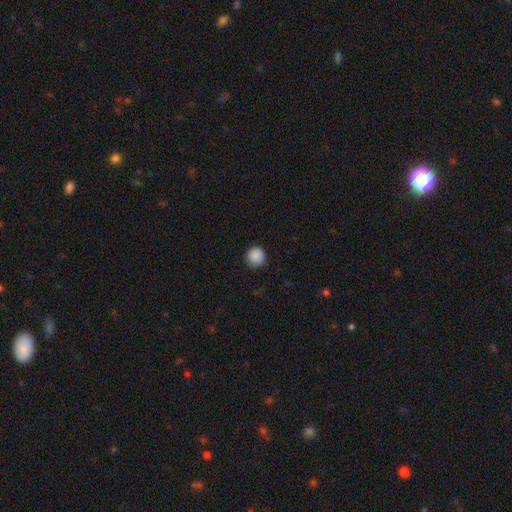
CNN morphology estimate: This appears to be a smooth galaxy with no disk features (89%) that is round (95%). Merging: none (88%).